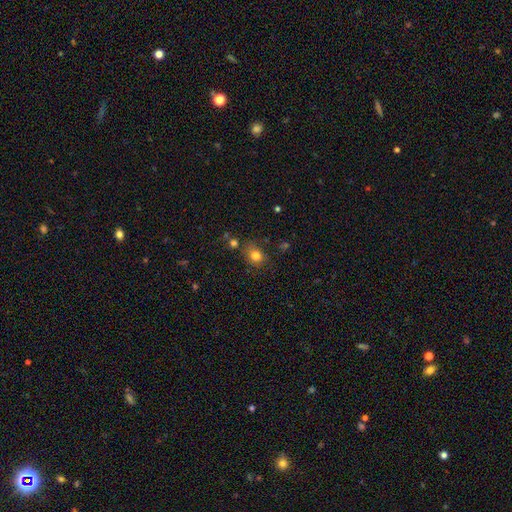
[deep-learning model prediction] Smooth or featured?
  - smooth: 79% *
  - star or artifact: 14%
  - featured or disk: 7%
How rounded?
  - round: 69% *
  - in between: 30%
  - cigar-shaped: 1%
Merging?
  - none: 72% *
  - minor disturbance: 16%
  - merger: 7%
  - major disturbance: 5%